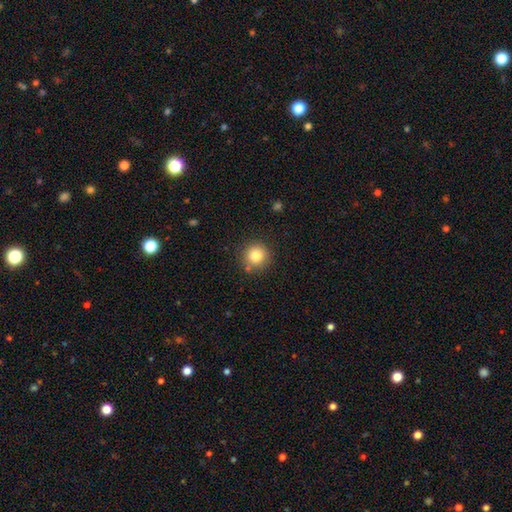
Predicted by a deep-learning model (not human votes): Q: Smooth or featured?
A: smooth (81%); runner-up: star or artifact (11%)
Q: How rounded?
A: round (94%); runner-up: in between (5%)
Q: Merging?
A: none (84%); runner-up: minor disturbance (9%)